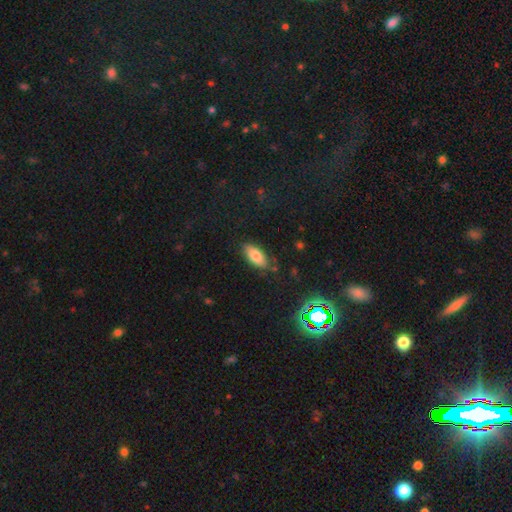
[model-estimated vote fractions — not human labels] Q: Smooth or featured?
A: smooth (79%); runner-up: featured or disk (12%)
Q: How rounded?
A: in between (86%); runner-up: cigar-shaped (12%)
Q: Merging?
A: none (81%); runner-up: minor disturbance (14%)